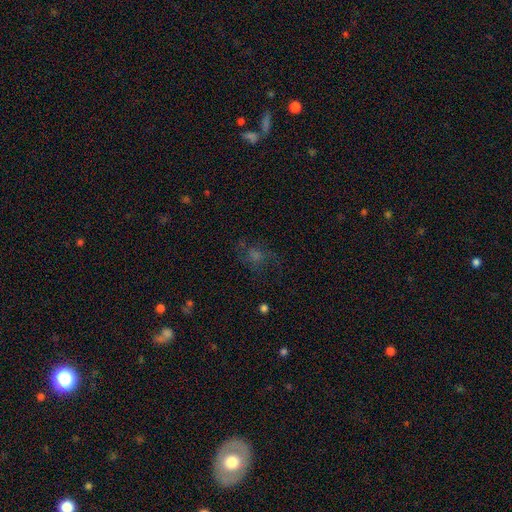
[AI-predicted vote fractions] Overall: star or artifact (35%, tied with smooth).